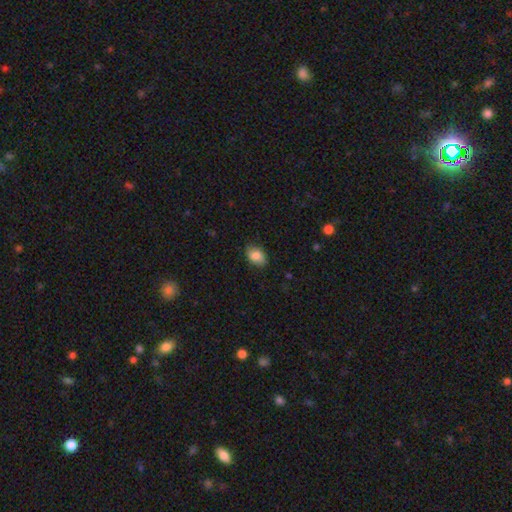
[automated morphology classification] smooth-or-featured: smooth: 85% | featured or disk: 8% | star or artifact: 7%
  how-rounded: in between: 85% | round: 14% | cigar-shaped: 1%
  merging: none: 82% | minor disturbance: 14% | major disturbance: 3% | merger: 1%